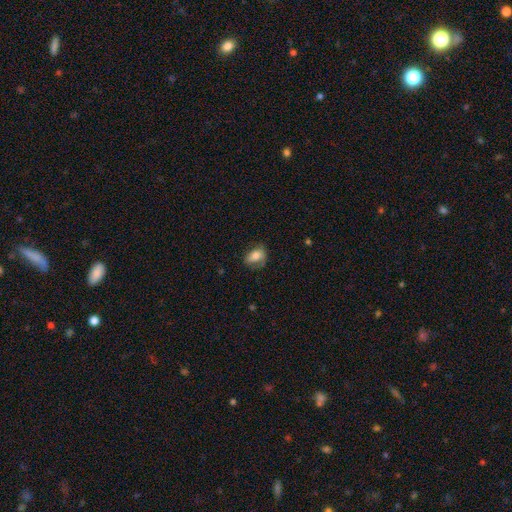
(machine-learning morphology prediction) smooth_or_featured: smooth (p=0.72) [alt: featured or disk p=0.20]
how_rounded: in between (p=0.77) [alt: round p=0.21]
merging: none (p=0.54) [alt: minor disturbance p=0.30]